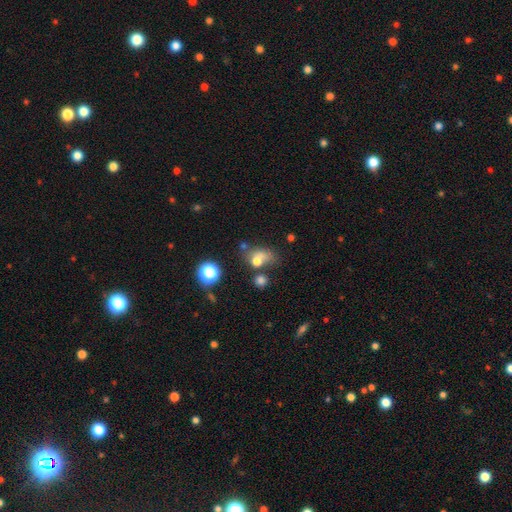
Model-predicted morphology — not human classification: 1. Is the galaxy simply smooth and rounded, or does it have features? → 67% smooth, 18% star or artifact, 15% featured or disk.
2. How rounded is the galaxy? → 55% in between, 42% round, 2% cigar-shaped.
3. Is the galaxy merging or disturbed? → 40% none, 22% minor disturbance, 21% merger, 16% major disturbance.